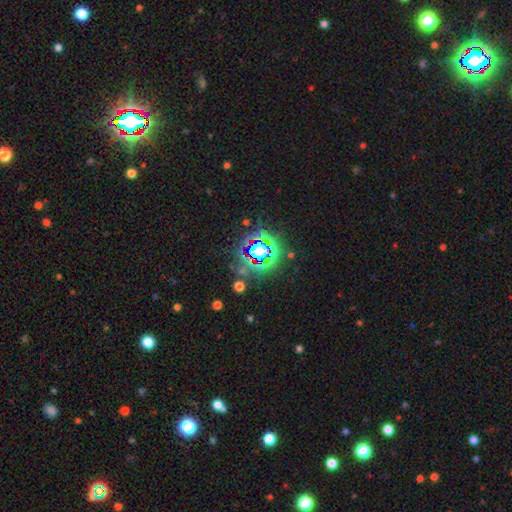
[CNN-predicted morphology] Q: Smooth or featured?
A: star or artifact (83%); runner-up: smooth (10%)